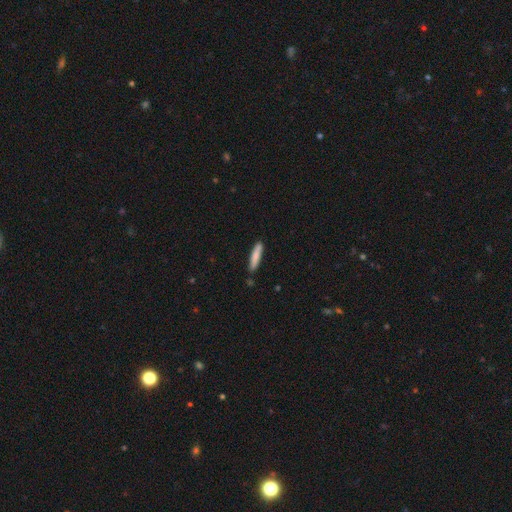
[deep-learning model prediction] A smooth galaxy with no disk features (80%) that is cigar-shaped (87%). Merging: none (84%).